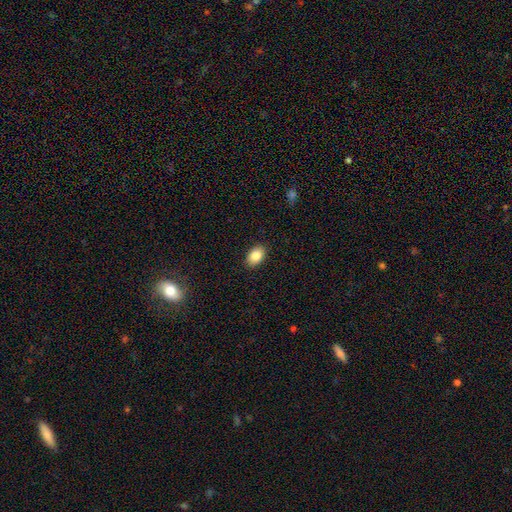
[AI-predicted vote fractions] This is clearly a smooth galaxy (86%). How rounded: clearly in between (87%). Merging: clearly none (89%).